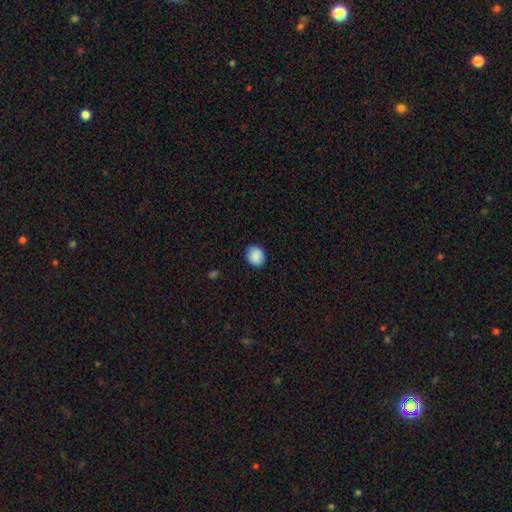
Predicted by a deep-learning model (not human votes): Q: Smooth or featured?
A: smooth (89%); runner-up: star or artifact (8%)
Q: How rounded?
A: round (70%); runner-up: in between (29%)
Q: Merging?
A: none (89%); runner-up: minor disturbance (8%)